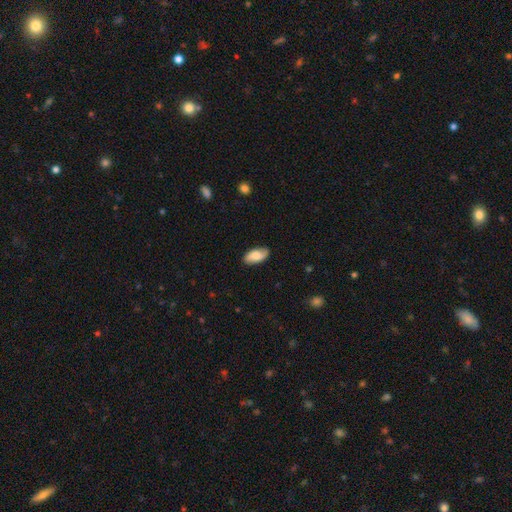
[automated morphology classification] Smooth or featured? smooth (68%)
How rounded? in between (93%)
Merging? none (83%)